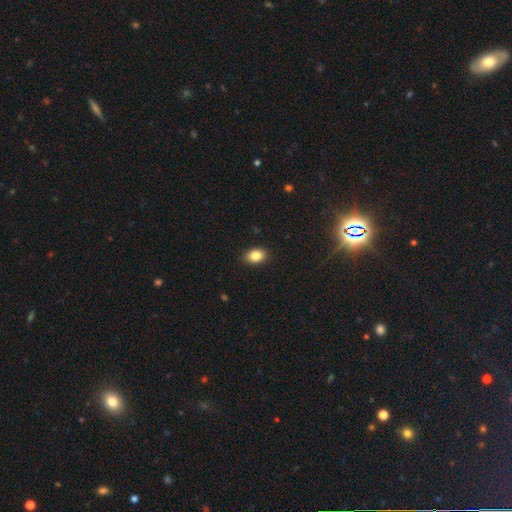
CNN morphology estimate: Smooth or featured: smooth — 85% (star or artifact — 9%)
How rounded: in between — 82% (round — 17%)
Merging: none — 89% (minor disturbance — 8%)